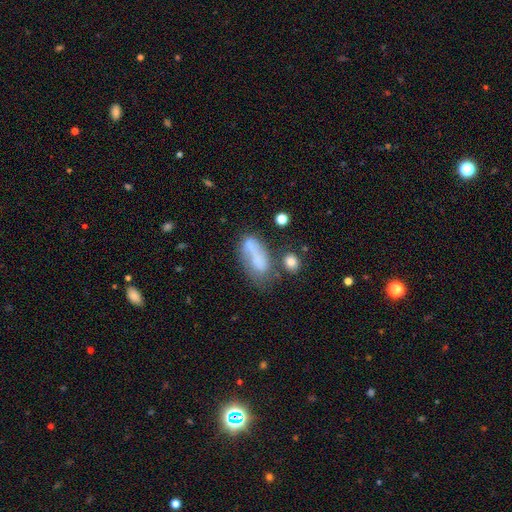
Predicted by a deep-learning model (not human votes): smooth 61%, featured or disk 29%, star or artifact 11%. Down the decision tree: how rounded — in between (77%); merging — none (32%).